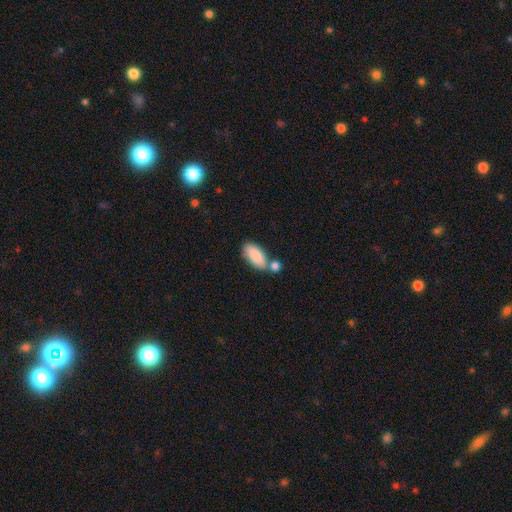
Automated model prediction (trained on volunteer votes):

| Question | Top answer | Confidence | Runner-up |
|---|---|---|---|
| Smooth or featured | smooth | 87% | featured or disk (7%) |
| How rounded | in between | 88% | cigar-shaped (10%) |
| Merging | none | 53% | merger (30%) |